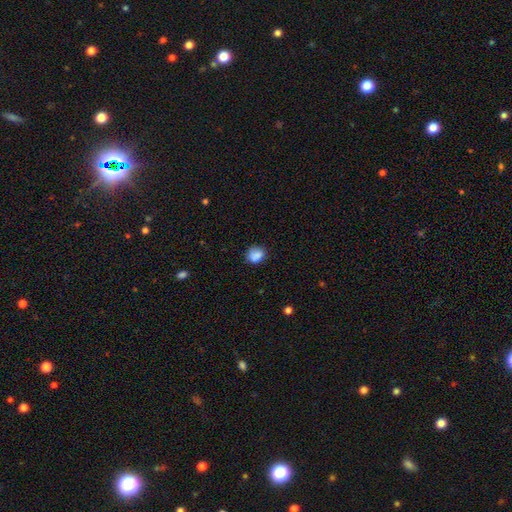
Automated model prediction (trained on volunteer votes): A smooth galaxy with no disk features (84%) that is round (63%).

Vote fractions:
- Smooth or featured? smooth: 84% / star or artifact: 10% / featured or disk: 7%
- How rounded? round: 63% / in between: 36% / cigar-shaped: 1%
- Merging? none: 67% / minor disturbance: 21% / merger: 7% / major disturbance: 5%